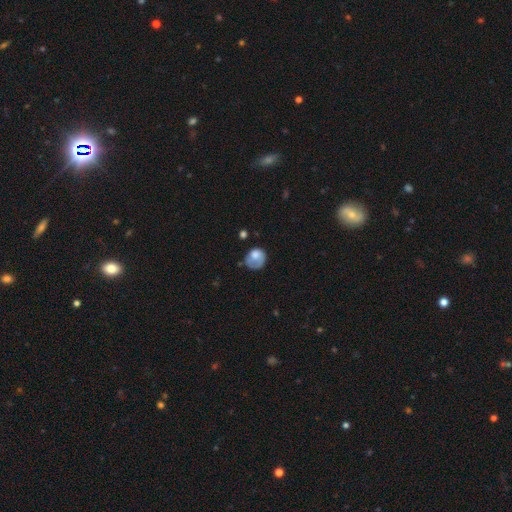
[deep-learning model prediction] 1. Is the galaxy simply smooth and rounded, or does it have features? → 67% smooth, 25% featured or disk, 8% star or artifact.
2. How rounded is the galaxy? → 66% round, 33% in between, 1% cigar-shaped.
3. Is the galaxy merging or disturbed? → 39% none, 30% minor disturbance, 28% major disturbance, 4% merger.